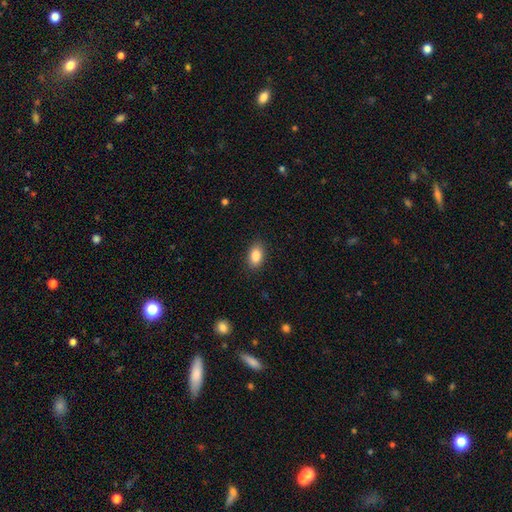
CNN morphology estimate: smooth-or-featured: smooth: 86% | star or artifact: 8% | featured or disk: 6%
  how-rounded: in between: 89% | round: 9% | cigar-shaped: 2%
  merging: none: 88% | minor disturbance: 9% | major disturbance: 2% | merger: 1%